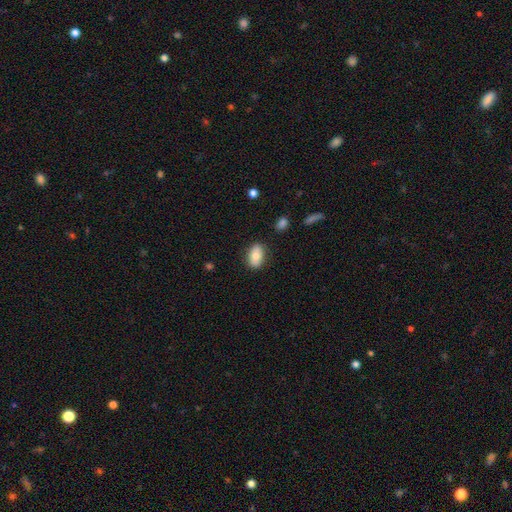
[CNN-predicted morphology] A smooth galaxy with no disk features (77%) that is in between round and cigar-shaped (89%).

Vote fractions:
- Smooth or featured? smooth: 77% / featured or disk: 16% / star or artifact: 7%
- How rounded? in between: 89% / round: 9% / cigar-shaped: 2%
- Merging? none: 82% / minor disturbance: 13% / major disturbance: 3% / merger: 2%